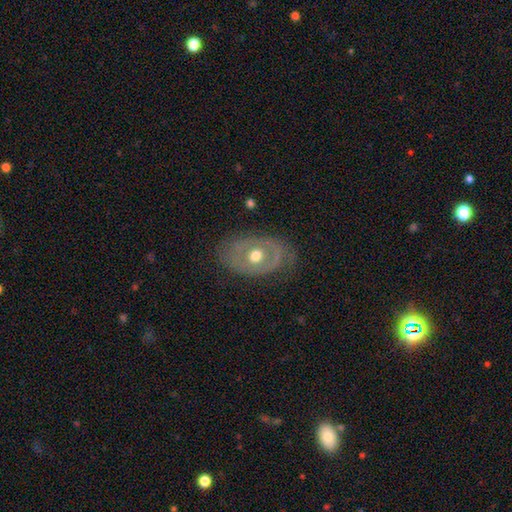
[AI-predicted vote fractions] featured or disk 64%, smooth 30%, star or artifact 6%. Down the decision tree: edge-on disk — no (92%); bar — no (88%); spiral arms — no (73%); bulge size — moderate (79%); merging — none (72%).